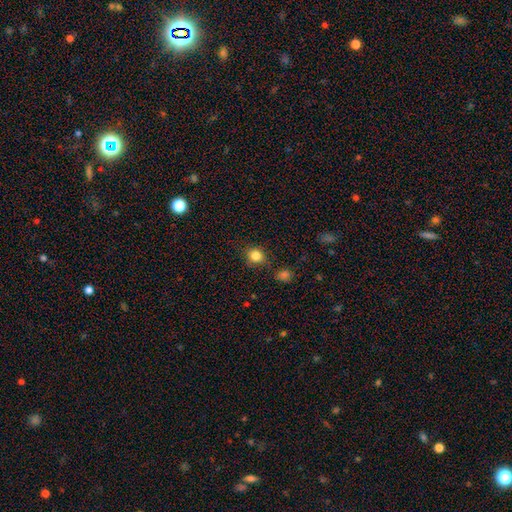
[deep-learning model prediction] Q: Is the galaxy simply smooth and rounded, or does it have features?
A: smooth — 83%.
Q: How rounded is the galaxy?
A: round — 81%.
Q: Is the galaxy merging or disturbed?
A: none — 80%.